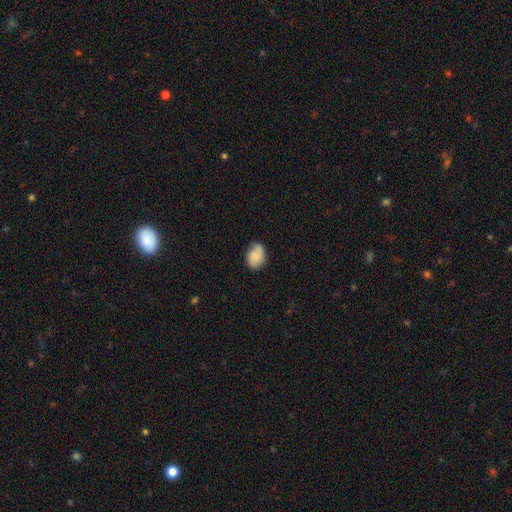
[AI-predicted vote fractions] Smooth or featured: smooth — 78% (featured or disk — 15%)
How rounded: in between — 74% (round — 25%)
Merging: none — 73% (minor disturbance — 21%)